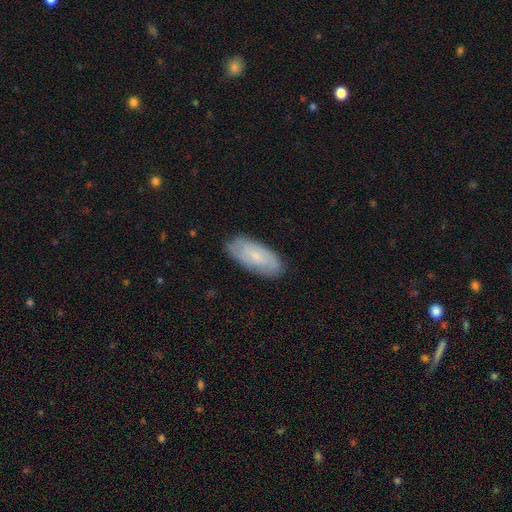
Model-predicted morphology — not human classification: Smooth or featured? smooth (58%)
How rounded? in between (86%)
Merging? none (83%)